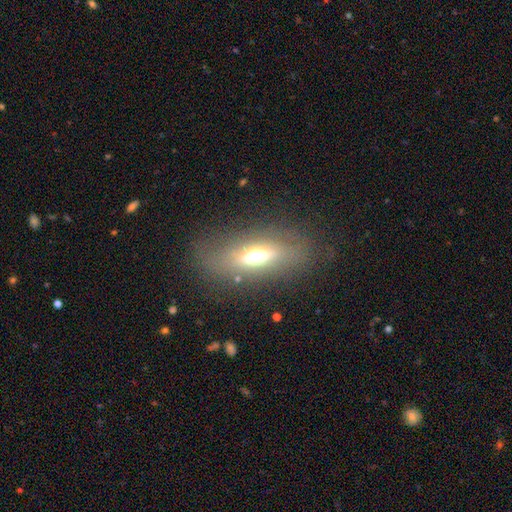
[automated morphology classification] This is marginally a smooth galaxy (44%). Merging: likely none (75%).